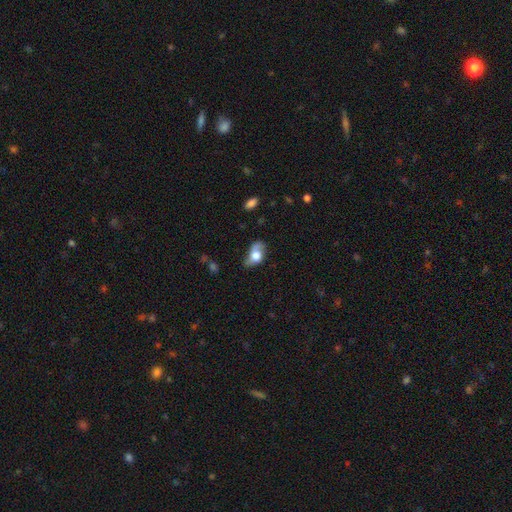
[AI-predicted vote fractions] Q: Smooth or featured?
A: smooth (58%); runner-up: featured or disk (33%)
Q: How rounded?
A: in between (81%); runner-up: round (16%)
Q: Merging?
A: none (35%); runner-up: minor disturbance (34%)